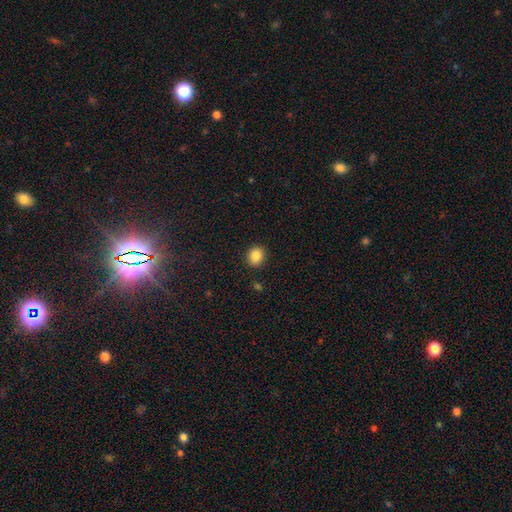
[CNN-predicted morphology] Q: Smooth or featured?
A: smooth (86%); runner-up: star or artifact (9%)
Q: How rounded?
A: round (64%); runner-up: in between (35%)
Q: Merging?
A: none (90%); runner-up: minor disturbance (7%)